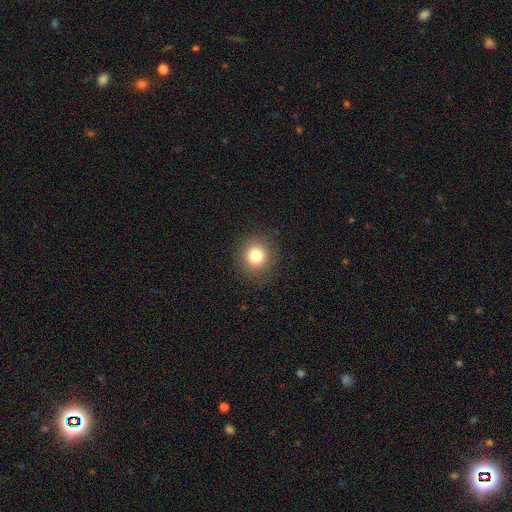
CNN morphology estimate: smooth-or-featured: smooth: 80% | star or artifact: 12% | featured or disk: 8%
  how-rounded: round: 89% | in between: 10% | cigar-shaped: 1%
  merging: none: 89% | minor disturbance: 7% | major disturbance: 3% | merger: 1%